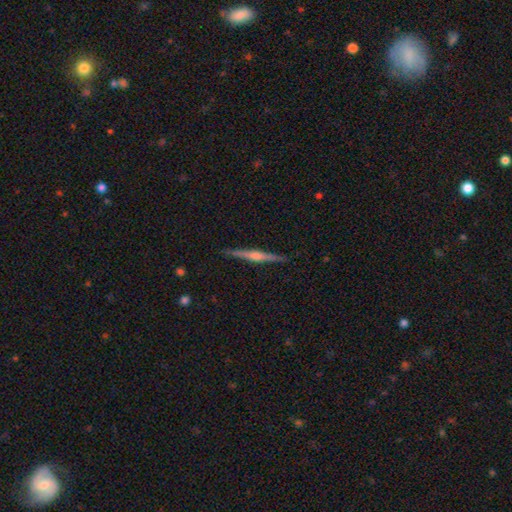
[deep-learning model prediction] Morphology: type=featured or disk (81%); edge-on=yes (99%); edge-on bulge=rounded (80%); merging=none (92%).